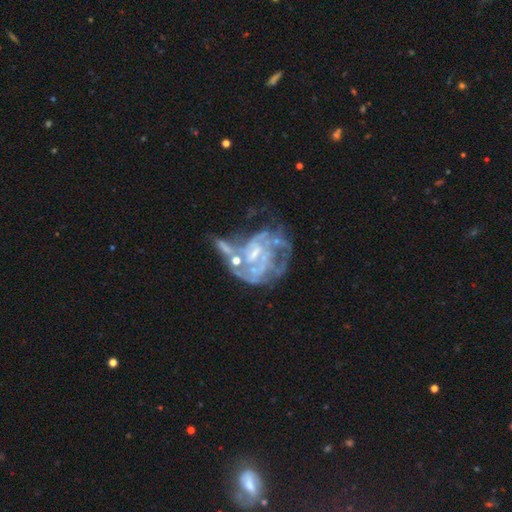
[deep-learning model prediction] Smooth or featured? featured or disk (81%)
Edge-on disk? no (98%)
Bar? no (49%)
Spiral arms? yes (81%)
Spiral winding? tight (46%)
Spiral arm count? can't tell (40%)
Bulge size? small (52%)
Merging? merger (30%, tied with major disturbance)